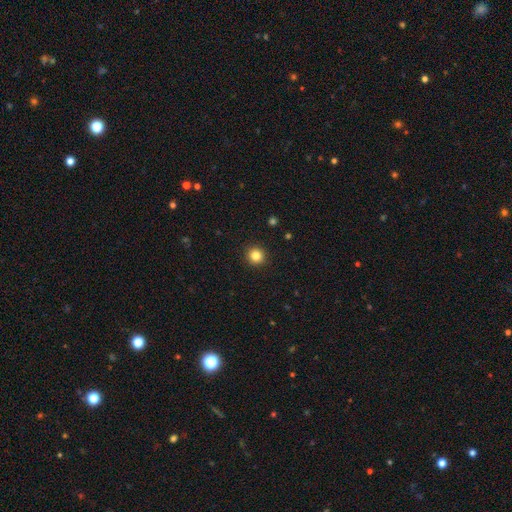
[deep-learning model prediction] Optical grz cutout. It shows a smooth galaxy with no disk features (84%) that is round (93%). Merging: none (93%).